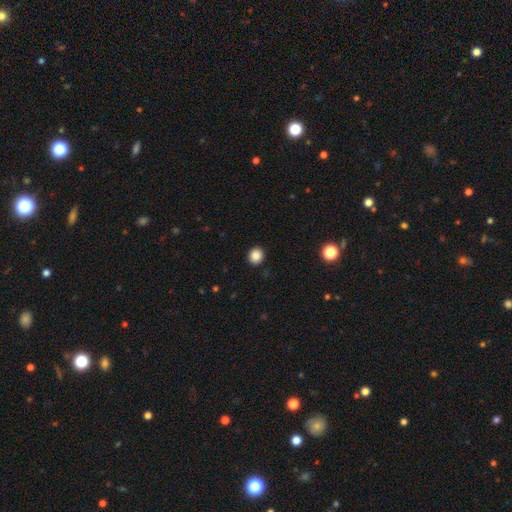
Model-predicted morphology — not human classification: The model was most divided on "how rounded": round: 82%, in between: 17%, cigar-shaped: 1%. More confident: merging — none (92%); smooth or featured — smooth (86%).